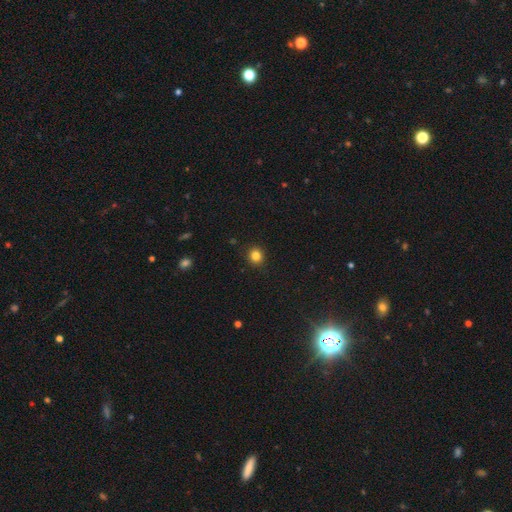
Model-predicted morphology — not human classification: smooth 83%, star or artifact 12%, featured or disk 5%. Down the decision tree: how rounded — round (86%); merging — none (91%).